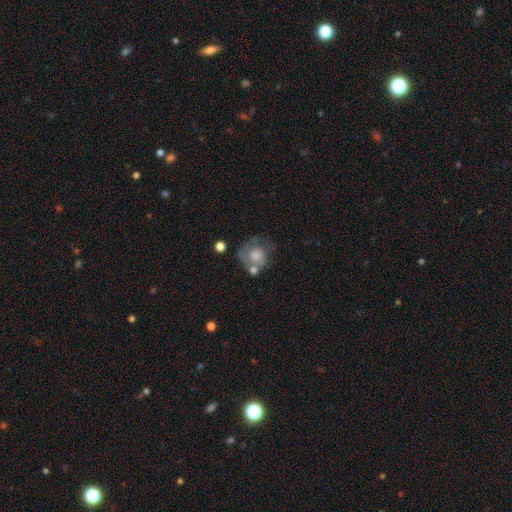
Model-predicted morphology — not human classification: smooth-or-featured: smooth: 61% | featured or disk: 31% | star or artifact: 8%
  how-rounded: round: 77% | in between: 22% | cigar-shaped: 1%
  merging: none: 38% | minor disturbance: 22% | merger: 20% | major disturbance: 20%